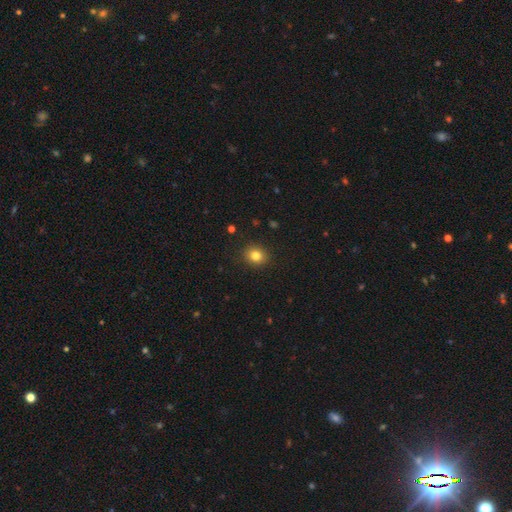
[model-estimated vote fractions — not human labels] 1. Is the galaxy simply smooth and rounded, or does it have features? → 82% smooth, 12% star or artifact, 7% featured or disk.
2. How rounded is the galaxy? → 71% round, 28% in between, 1% cigar-shaped.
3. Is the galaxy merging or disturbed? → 90% none, 7% minor disturbance, 2% major disturbance, 1% merger.